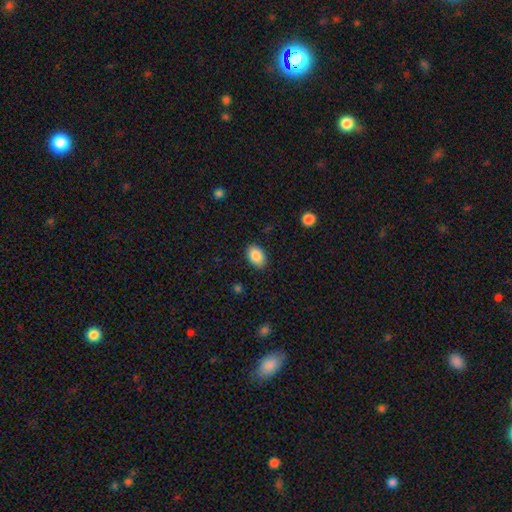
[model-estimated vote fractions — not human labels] smooth 88%, star or artifact 7%, featured or disk 5%. Down the decision tree: how rounded — in between (86%); merging — none (87%).